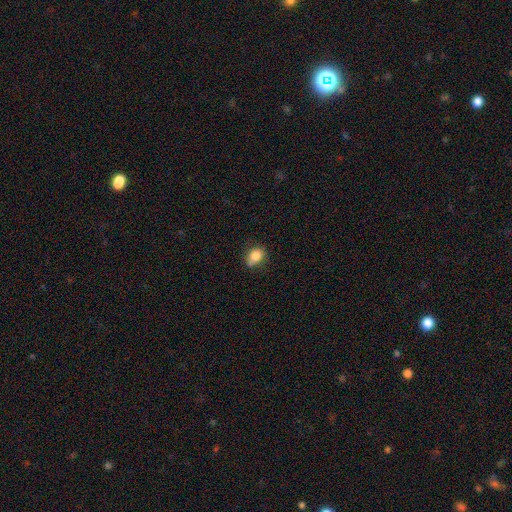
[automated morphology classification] This is clearly a smooth galaxy (83%). How rounded: likely in between (71%). Merging: likely none (63%).